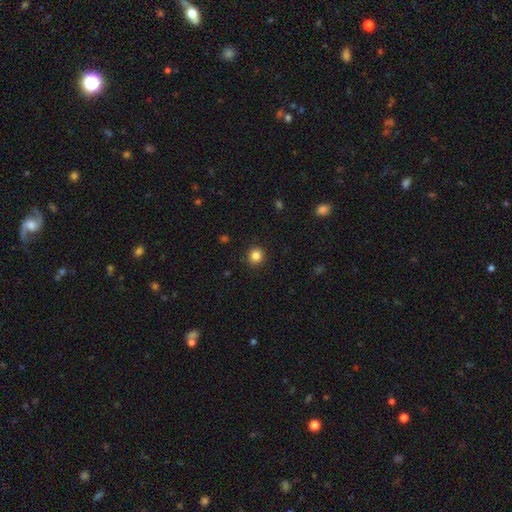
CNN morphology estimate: A smooth galaxy with no disk features (85%) that is round (91%). Merging: none (91%).